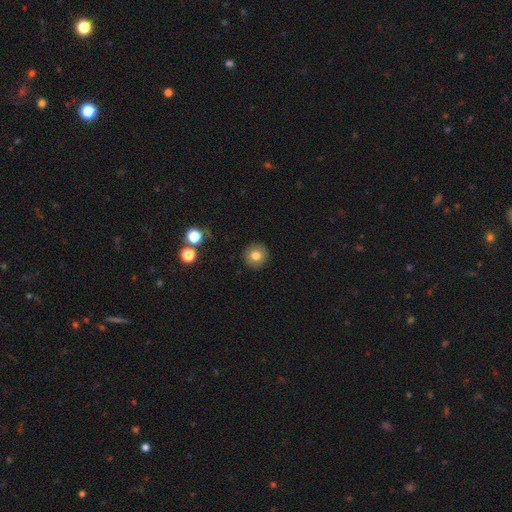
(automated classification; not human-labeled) Smooth or featured: smooth — 78% (featured or disk — 12%)
How rounded: round — 94% (in between — 5%)
Merging: none — 91% (minor disturbance — 6%)